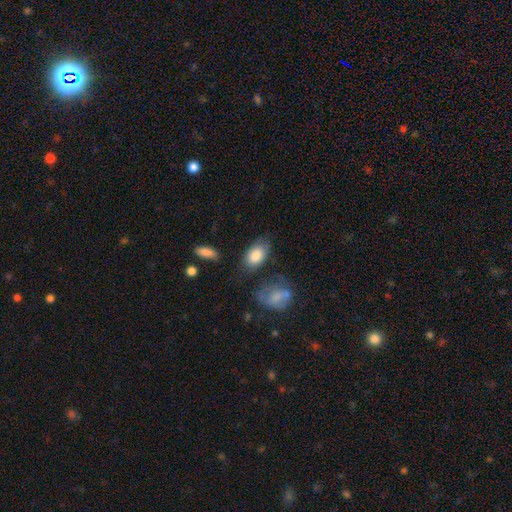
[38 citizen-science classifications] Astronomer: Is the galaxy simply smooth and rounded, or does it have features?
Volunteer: smooth — 84%.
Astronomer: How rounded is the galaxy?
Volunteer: in between — 97%.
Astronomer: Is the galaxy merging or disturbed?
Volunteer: none — 44% (runner-up: minor disturbance, 33%).